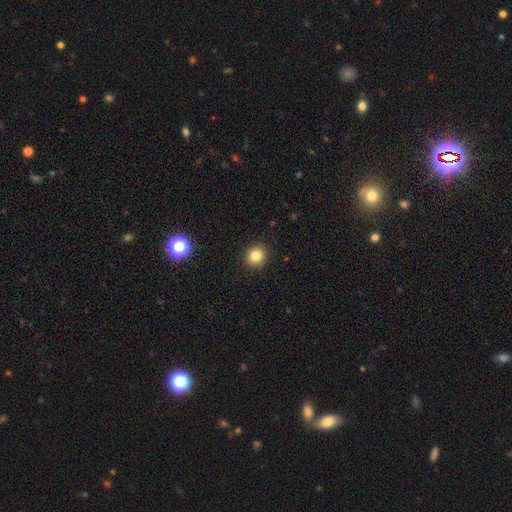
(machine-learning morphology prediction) smooth_or_featured: smooth (p=0.82) [alt: star or artifact p=0.12]
how_rounded: round (p=0.84) [alt: in between p=0.15]
merging: none (p=0.91) [alt: minor disturbance p=0.06]